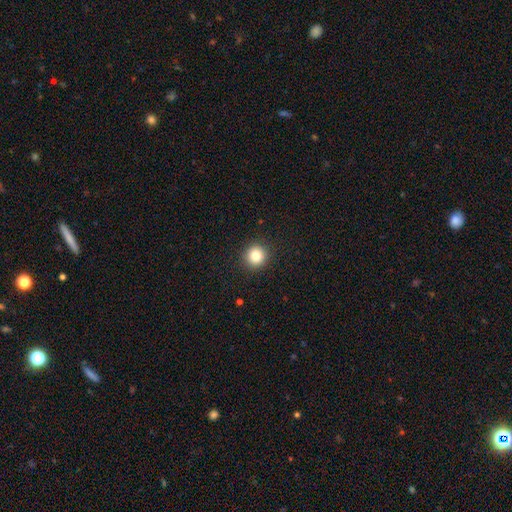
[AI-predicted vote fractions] Smooth or featured: smooth — 85% (star or artifact — 10%)
How rounded: round — 92% (in between — 7%)
Merging: none — 91% (minor disturbance — 6%)